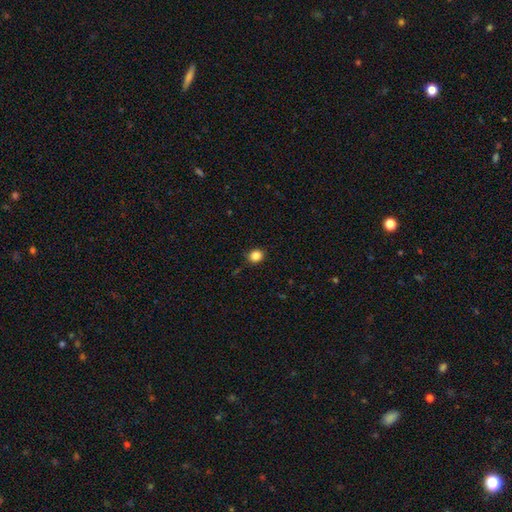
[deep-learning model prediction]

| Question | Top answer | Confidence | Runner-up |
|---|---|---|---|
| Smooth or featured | smooth | 84% | star or artifact (12%) |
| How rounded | round | 80% | in between (19%) |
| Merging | none | 89% | minor disturbance (8%) |